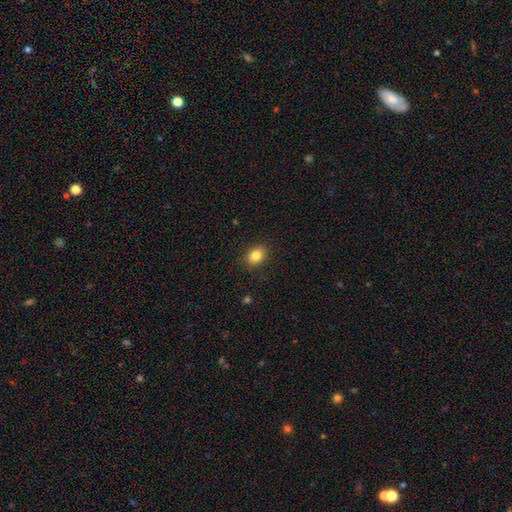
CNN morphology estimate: Q: Smooth or featured?
A: smooth (83%); runner-up: star or artifact (10%)
Q: How rounded?
A: in between (60%); runner-up: round (39%)
Q: Merging?
A: none (88%); runner-up: minor disturbance (8%)